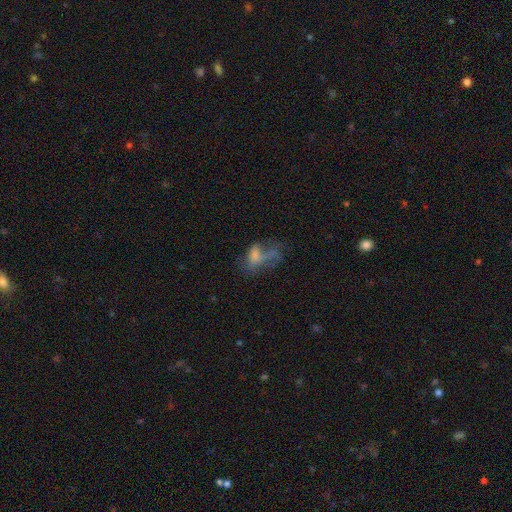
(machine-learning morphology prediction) Overall: smooth (44%; featured or disk 39%). Merging: major disturbance (46%; none 27%).